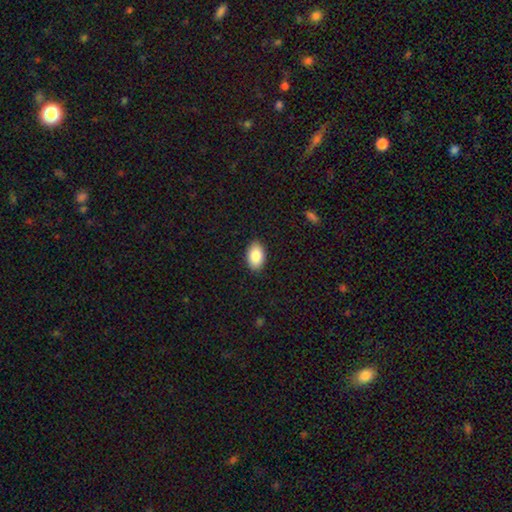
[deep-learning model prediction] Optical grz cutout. It shows a smooth galaxy with no disk features (86%) that is in between round and cigar-shaped (91%). Merging: none (89%).